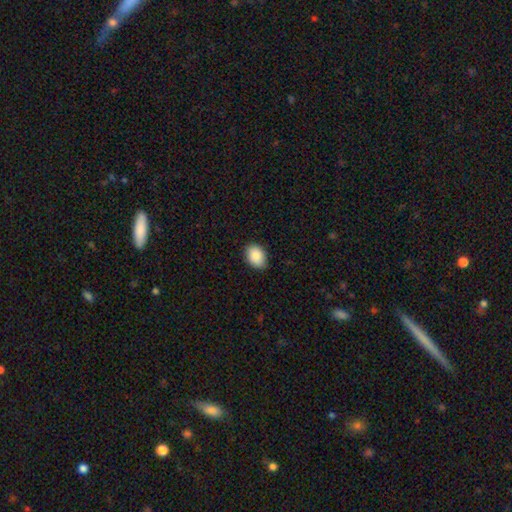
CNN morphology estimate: Smooth or featured?
  - smooth: 89% *
  - star or artifact: 7%
  - featured or disk: 4%
How rounded?
  - in between: 76% *
  - round: 23%
  - cigar-shaped: 1%
Merging?
  - none: 86% *
  - minor disturbance: 11%
  - major disturbance: 2%
  - merger: 1%